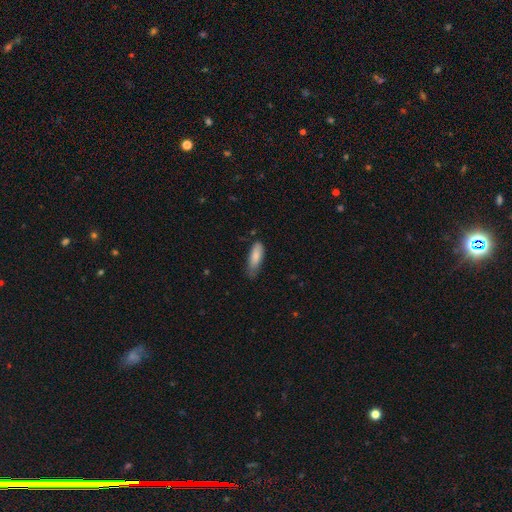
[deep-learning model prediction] Smooth or featured? Predicted: smooth (p=0.84). How rounded? Predicted: in between (p=0.58). Merging? Predicted: none (p=0.53).